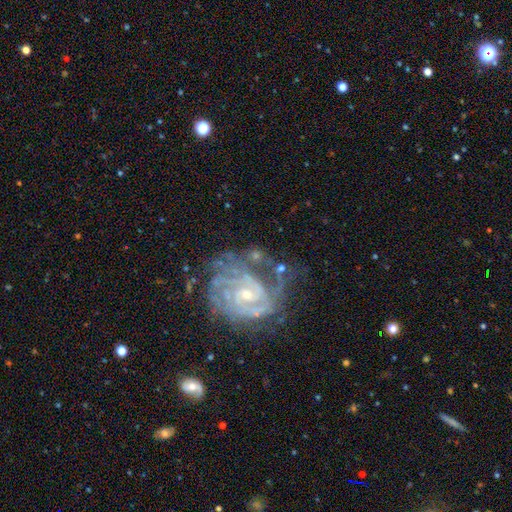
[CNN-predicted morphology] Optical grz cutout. It shows a featured or disk galaxy (87%) with no bar (55%), tight (68%) spiral arms (94%) and a small central bulge (69%). Merging: none (45%).